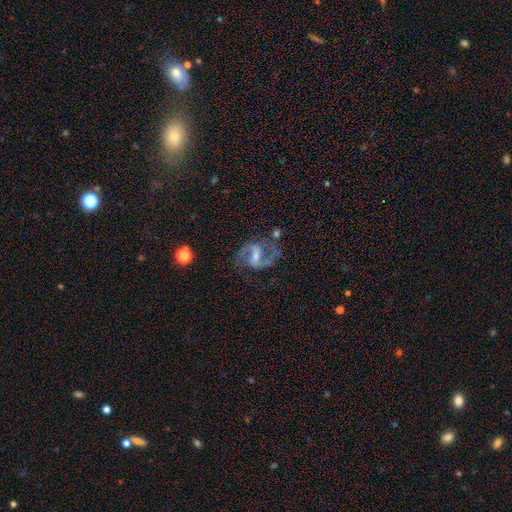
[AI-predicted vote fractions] Smooth or featured? featured or disk (89%)
Edge-on disk? no (97%)
Bar? strong (45%)
Spiral arms? yes (97%)
Spiral winding? medium (57%)
Spiral arm count? 2 (92%)
Bulge size? small (51%)
Merging? none (71%)